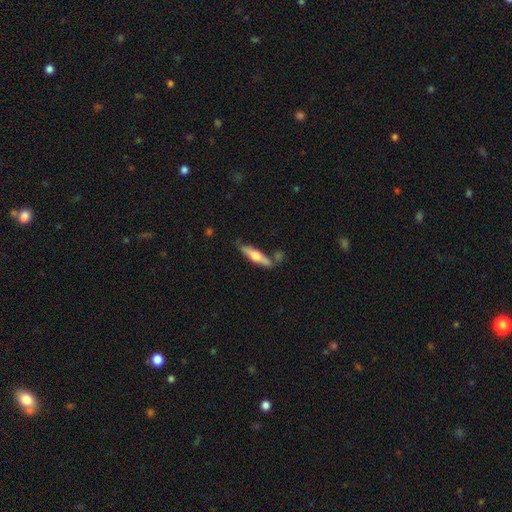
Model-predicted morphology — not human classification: Q: Smooth or featured?
A: featured or disk (48%); runner-up: smooth (47%)
Q: Merging?
A: none (67%); runner-up: minor disturbance (18%)